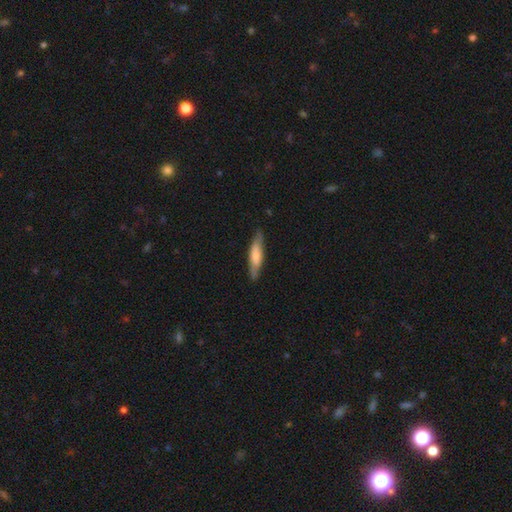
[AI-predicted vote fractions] Smooth or featured? smooth (60%)
How rounded? cigar-shaped (78%)
Merging? none (83%)